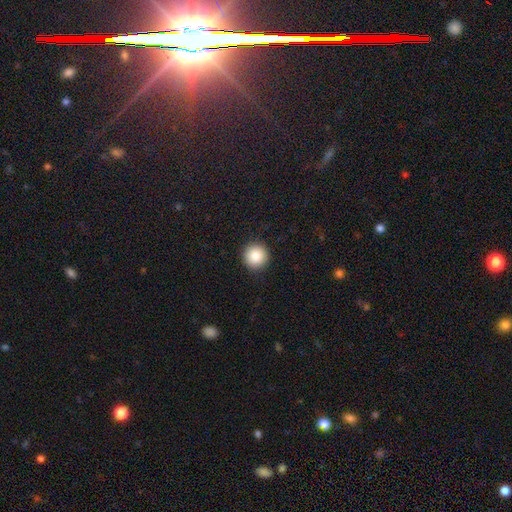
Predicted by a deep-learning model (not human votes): Smooth or featured? smooth (86%)
How rounded? round (96%)
Merging? none (92%)